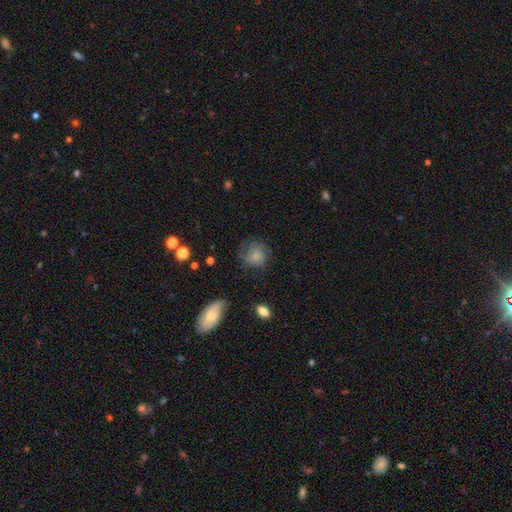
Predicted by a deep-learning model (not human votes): A smooth galaxy with no disk features (60%) that is round (81%).

Vote fractions:
- Smooth or featured? smooth: 60% / featured or disk: 30% / star or artifact: 10%
- How rounded? round: 81% / in between: 18% / cigar-shaped: 1%
- Merging? none: 62% / minor disturbance: 22% / major disturbance: 13% / merger: 2%